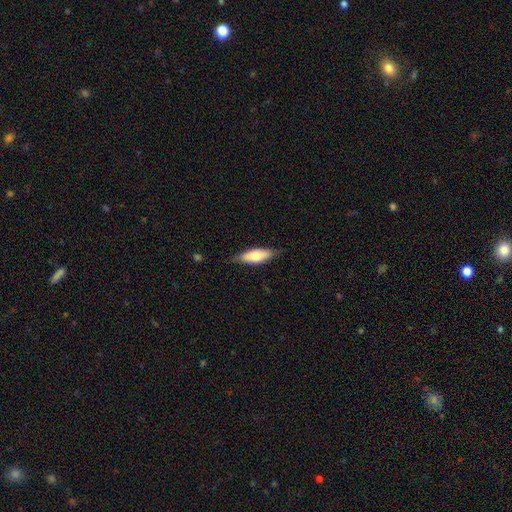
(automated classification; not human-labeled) Smooth or featured? Predicted: smooth (p=0.69). How rounded? Predicted: in between (p=0.63). Merging? Predicted: none (p=0.78).